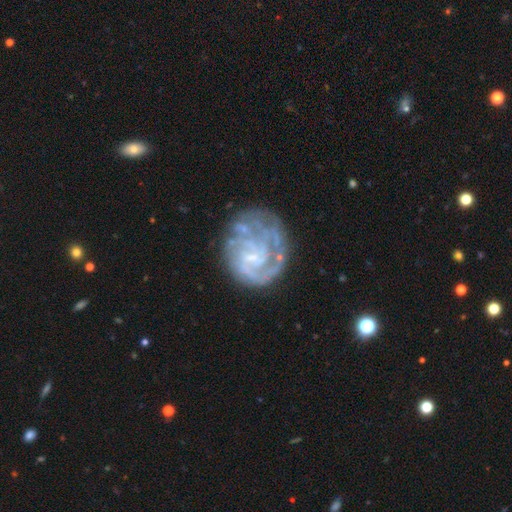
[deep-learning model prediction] smooth_or_featured: featured or disk (p=0.82) [alt: smooth p=0.11]
disk_edge_on: no (p=0.98) [alt: yes p=0.02]
bar: no (p=0.50) [alt: weak p=0.40]
has_spiral_arms: yes (p=0.87) [alt: no p=0.13]
spiral_winding: tight (p=0.61) [alt: medium p=0.29]
spiral_arm_count: can't tell (p=0.38) [alt: 2 p=0.26]
bulge_size: small (p=0.58) [alt: none p=0.26]
merging: none (p=0.58) [alt: minor disturbance p=0.21]